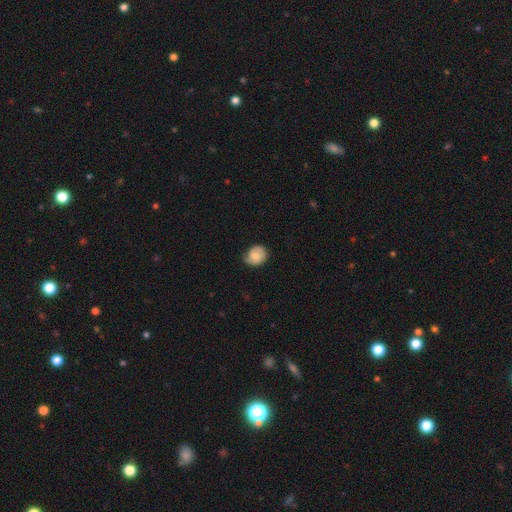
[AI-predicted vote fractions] Overall: smooth (60%; featured or disk 32%). How rounded: round (65%; in between 34%). Merging: none (61%; minor disturbance 29%).